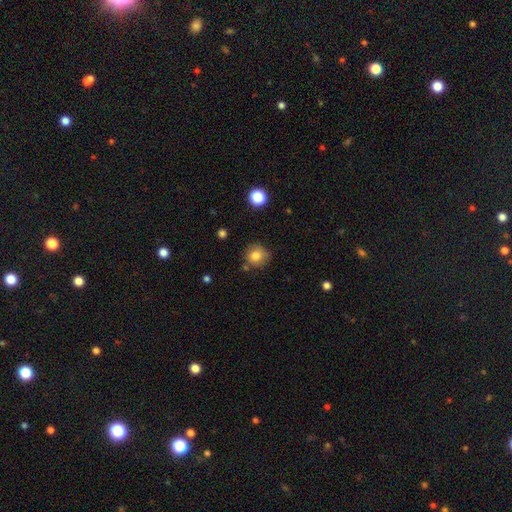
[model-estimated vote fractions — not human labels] Smooth or featured?
  - smooth: 81% *
  - star or artifact: 11%
  - featured or disk: 8%
How rounded?
  - round: 88% *
  - in between: 11%
  - cigar-shaped: 1%
Merging?
  - none: 78% *
  - minor disturbance: 14%
  - merger: 5%
  - major disturbance: 3%